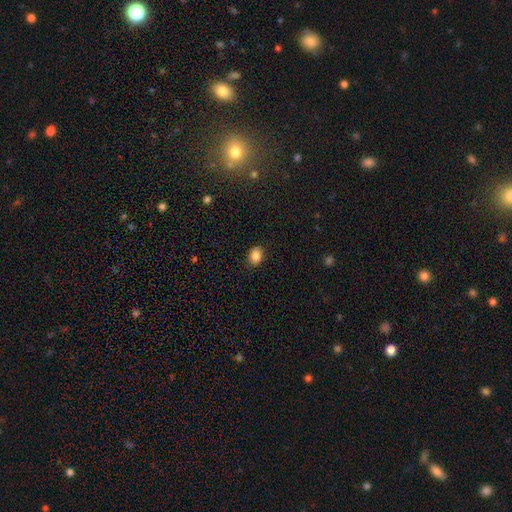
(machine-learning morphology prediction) The model was most divided on "how rounded": in between: 69%, round: 30%, cigar-shaped: 1%. More confident: merging — none (86%); smooth or featured — smooth (86%).